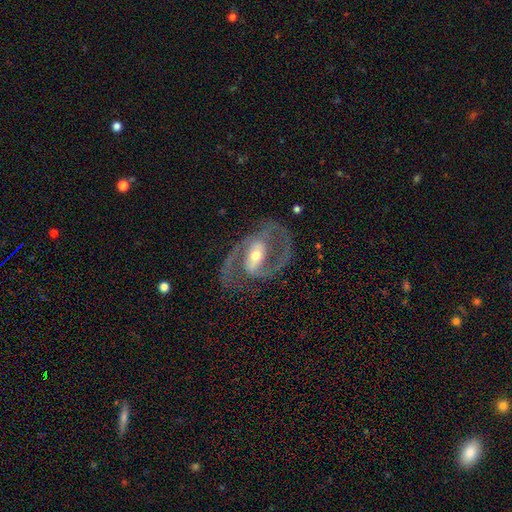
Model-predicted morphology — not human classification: This appears to be a featured or disk galaxy (90%) with a strong bar (48%), 2 (91%) medium (63%) spiral arms (95%) and a moderate central bulge (55%). Merging: none (76%).